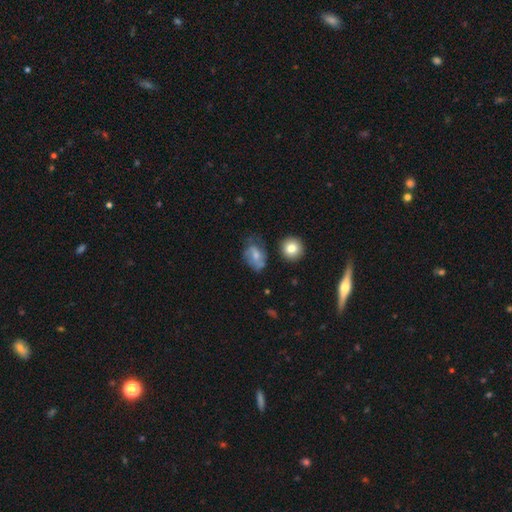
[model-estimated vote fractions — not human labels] Smooth or featured: smooth — 54% (featured or disk — 37%)
How rounded: in between — 74% (round — 24%)
Merging: none — 46% (minor disturbance — 32%)